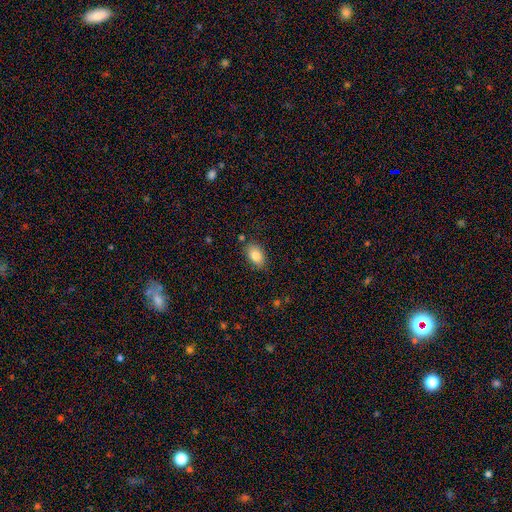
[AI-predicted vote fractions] A smooth galaxy with no disk features (83%) that is in between round and cigar-shaped (87%). Merging: none (83%).